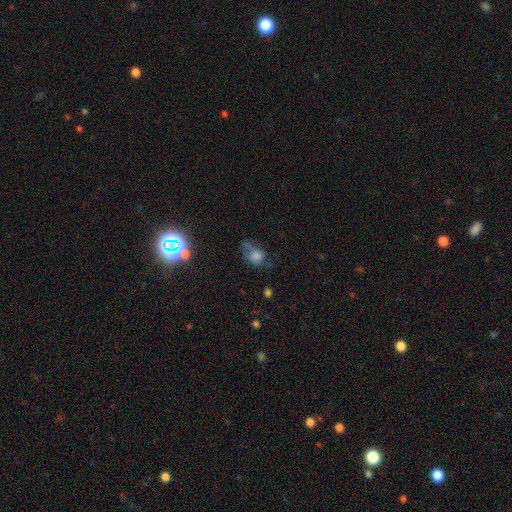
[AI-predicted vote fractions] smooth 63%, featured or disk 21%, star or artifact 16%. Down the decision tree: how rounded — in between (54%); merging — none (32%).